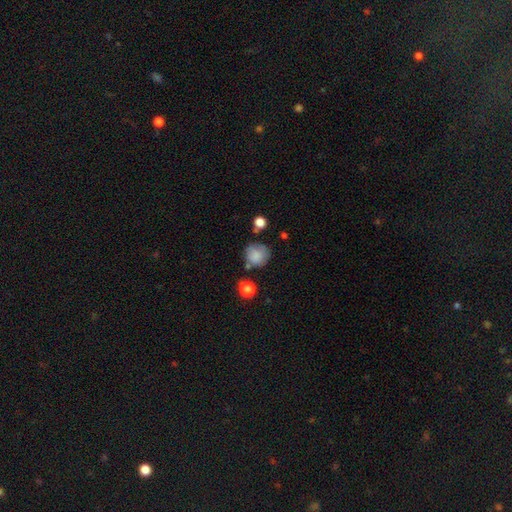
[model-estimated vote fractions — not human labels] Smooth or featured? smooth (81%)
How rounded? round (88%)
Merging? none (65%)